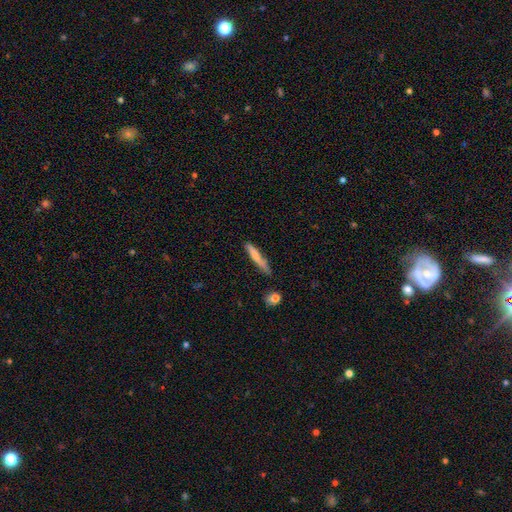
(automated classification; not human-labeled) smooth 72%, featured or disk 22%, star or artifact 6%. Down the decision tree: how rounded — cigar-shaped (93%); merging — none (70%).